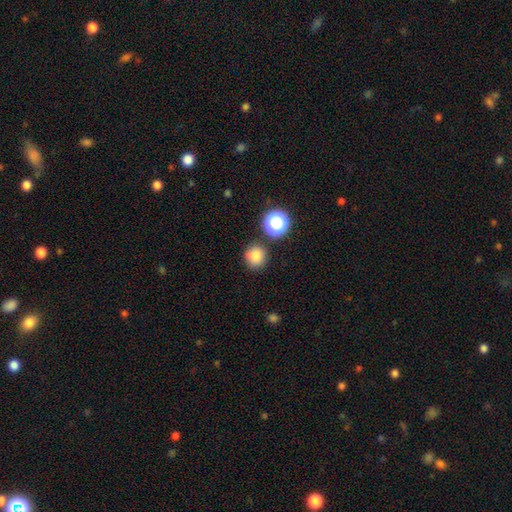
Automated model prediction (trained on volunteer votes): smooth 81%, star or artifact 13%, featured or disk 6%. Down the decision tree: how rounded — round (90%); merging — none (82%).